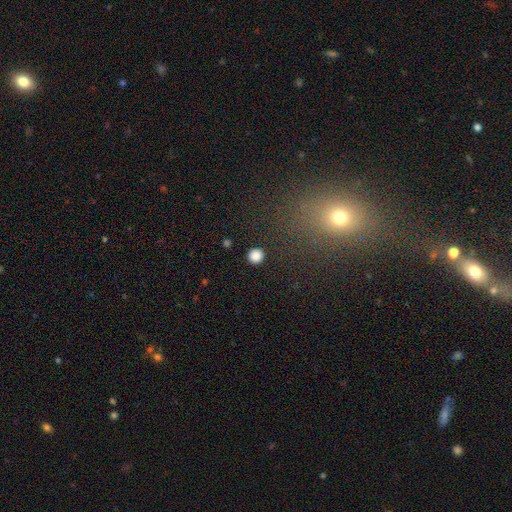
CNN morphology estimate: type=smooth (85%); roundness=round (94%); merging=none (92%).